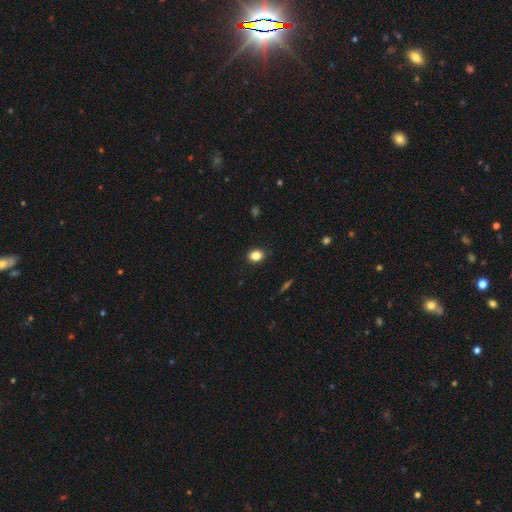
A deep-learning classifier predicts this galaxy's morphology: Smooth or featured?
  - smooth: 84% *
  - star or artifact: 11%
  - featured or disk: 5%
How rounded?
  - in between: 50% *
  - round: 49%
  - cigar-shaped: 1%
Merging?
  - none: 87% *
  - minor disturbance: 10%
  - major disturbance: 2%
  - merger: 1%